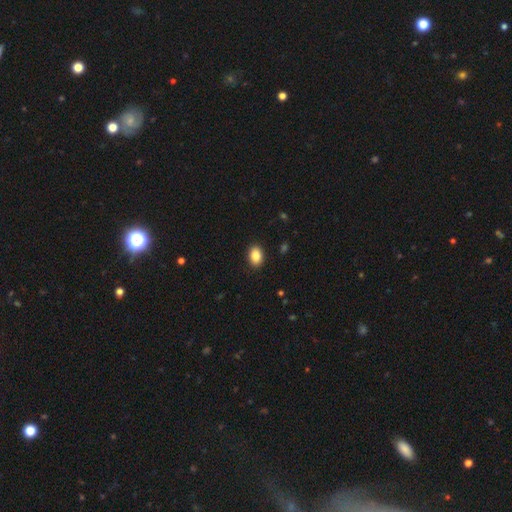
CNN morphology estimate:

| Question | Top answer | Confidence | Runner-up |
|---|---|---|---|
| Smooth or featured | smooth | 87% | star or artifact (8%) |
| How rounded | in between | 81% | round (18%) |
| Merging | none | 90% | minor disturbance (7%) |